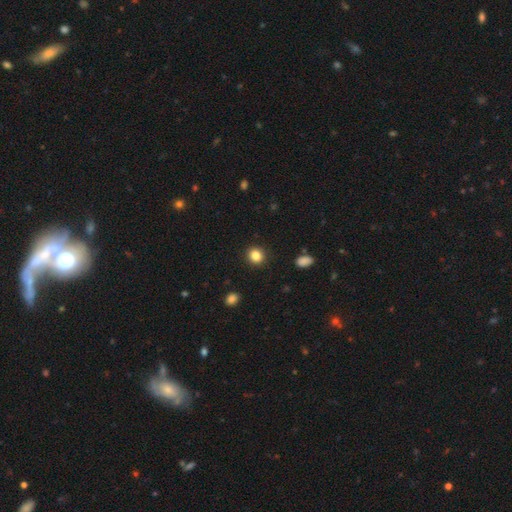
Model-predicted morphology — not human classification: Q: Smooth or featured?
A: smooth (85%); runner-up: star or artifact (11%)
Q: How rounded?
A: round (84%); runner-up: in between (15%)
Q: Merging?
A: none (91%); runner-up: minor disturbance (6%)